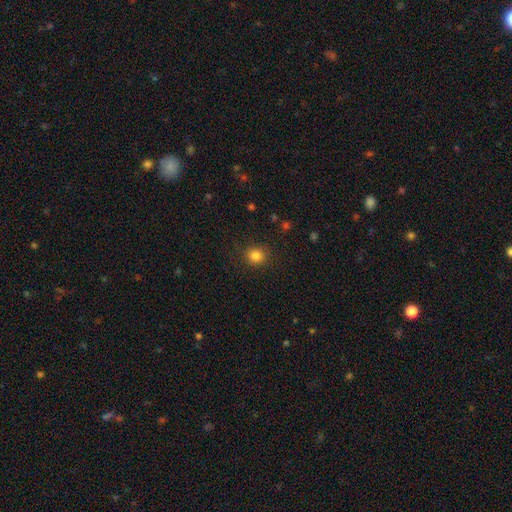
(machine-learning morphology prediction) type=smooth (83%); roundness=round (86%); merging=none (88%).